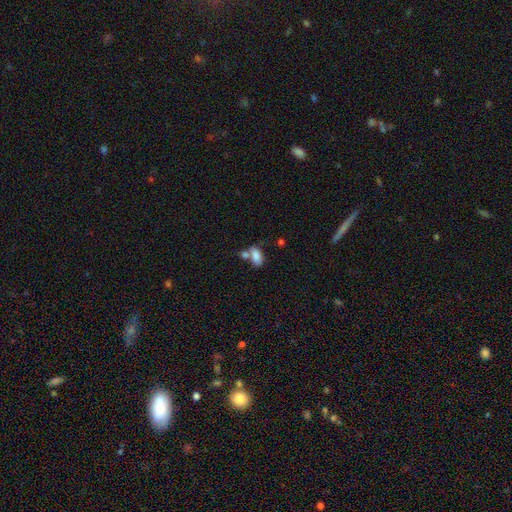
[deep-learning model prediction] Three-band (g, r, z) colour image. It shows a smooth galaxy with no disk features (82%) that is in between round and cigar-shaped (91%). Merging: merger (42%).